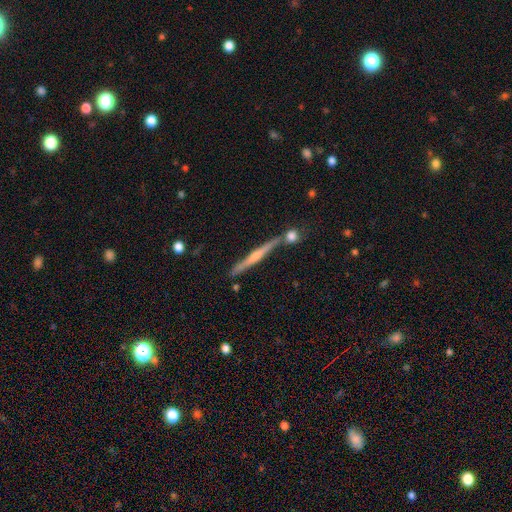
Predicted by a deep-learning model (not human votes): Smooth or featured? Predicted: featured or disk (p=0.69). Edge-on disk? Predicted: yes (p=0.96). Edge-on bulge? Predicted: rounded (p=0.69). Merging? Predicted: none (p=0.76).